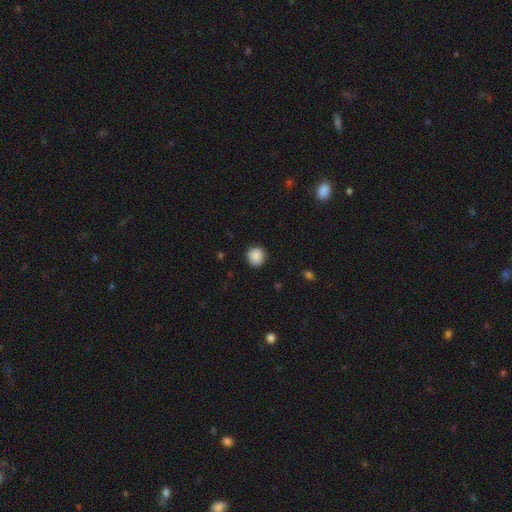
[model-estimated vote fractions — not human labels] Smooth or featured? smooth (89%)
How rounded? round (88%)
Merging? none (89%)